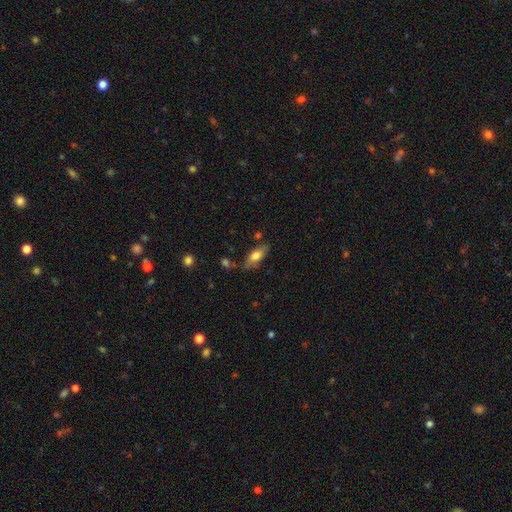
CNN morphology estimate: smooth 70%, featured or disk 23%, star or artifact 7%. Down the decision tree: how rounded — in between (78%); merging — none (68%).